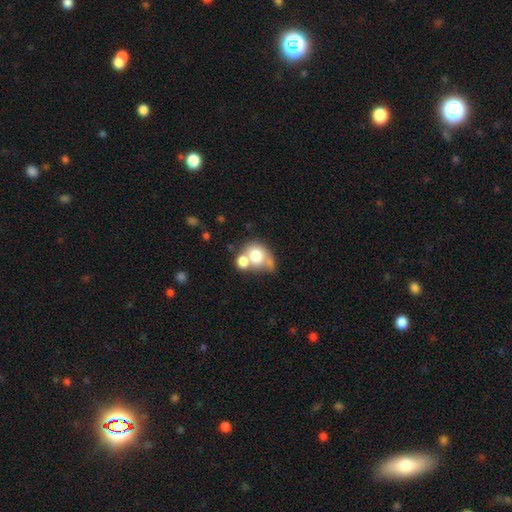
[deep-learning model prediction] A smooth galaxy with no disk features (69%) that is round (54%). Merging: merger (56%).